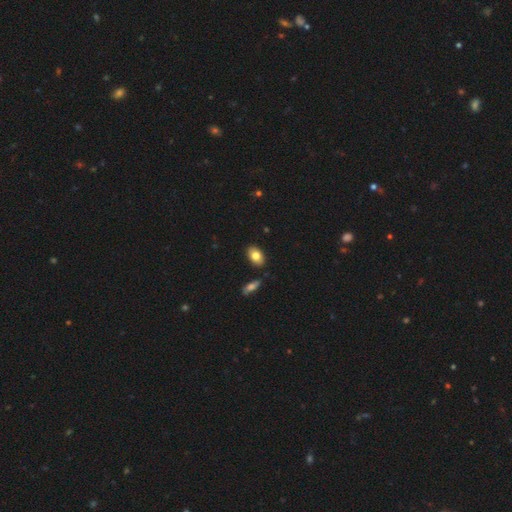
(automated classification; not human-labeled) Q: Smooth or featured?
A: smooth (79%); runner-up: featured or disk (14%)
Q: How rounded?
A: in between (90%); runner-up: round (8%)
Q: Merging?
A: none (85%); runner-up: minor disturbance (10%)